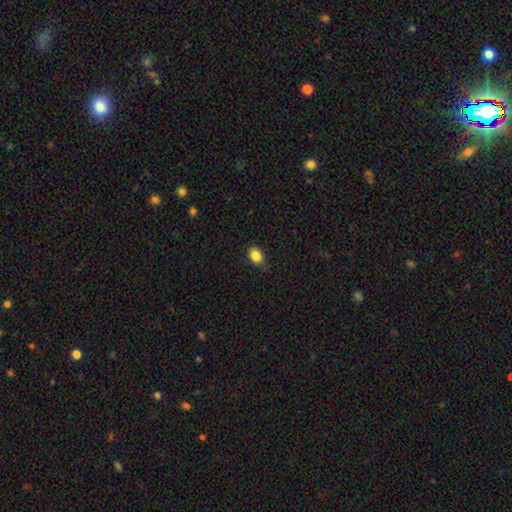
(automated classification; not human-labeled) smooth 87%, star or artifact 9%, featured or disk 4%. Down the decision tree: how rounded — in between (78%); merging — none (84%).